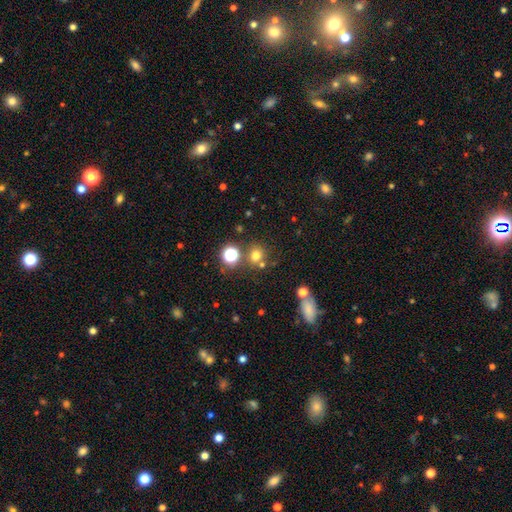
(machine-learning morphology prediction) A smooth galaxy with no disk features (70%) that is round (84%).

Vote fractions:
- Smooth or featured? smooth: 70% / star or artifact: 22% / featured or disk: 8%
- How rounded? round: 84% / in between: 15% / cigar-shaped: 1%
- Merging? none: 72% / merger: 15% / minor disturbance: 9% / major disturbance: 4%